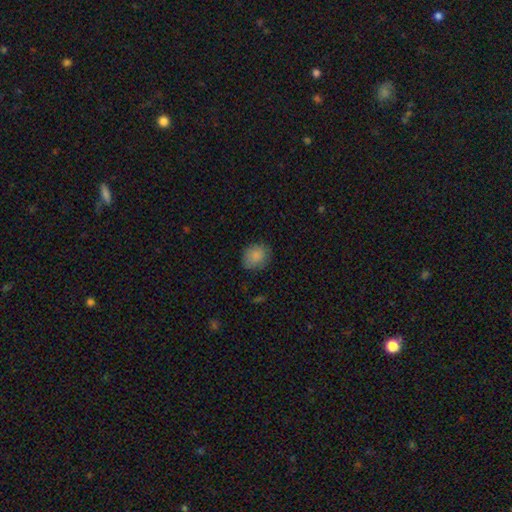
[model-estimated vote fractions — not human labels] smooth-or-featured: smooth: 87% | star or artifact: 8% | featured or disk: 5%
  how-rounded: round: 73% | in between: 27% | cigar-shaped: 1%
  merging: none: 79% | minor disturbance: 16% | major disturbance: 4% | merger: 1%